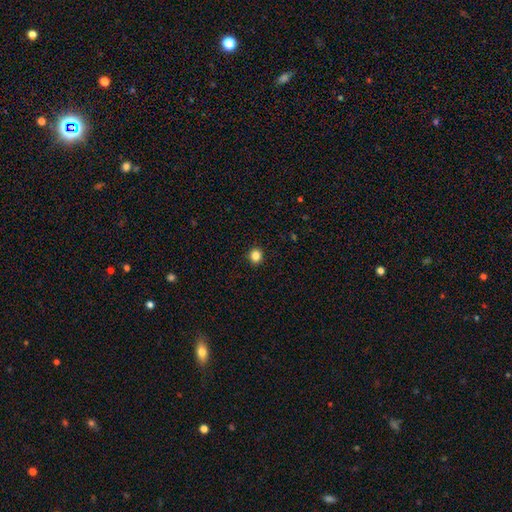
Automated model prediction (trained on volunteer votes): Smooth or featured: smooth — 85% (star or artifact — 11%)
How rounded: round — 84% (in between — 15%)
Merging: none — 92% (minor disturbance — 5%)